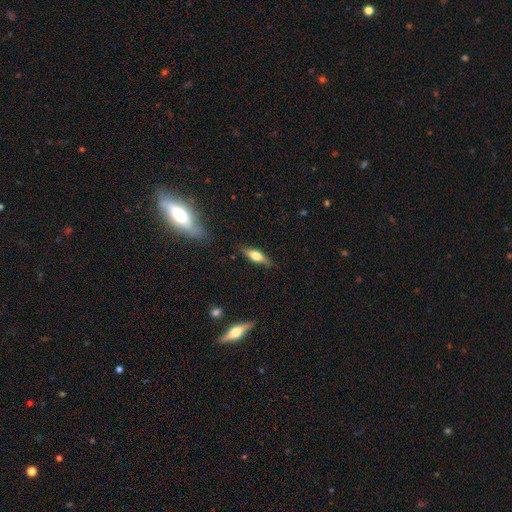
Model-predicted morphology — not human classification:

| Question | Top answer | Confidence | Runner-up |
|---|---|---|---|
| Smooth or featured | smooth | 51% | featured or disk (42%) |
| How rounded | in between | 54% | cigar-shaped (42%) |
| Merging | none | 80% | minor disturbance (15%) |